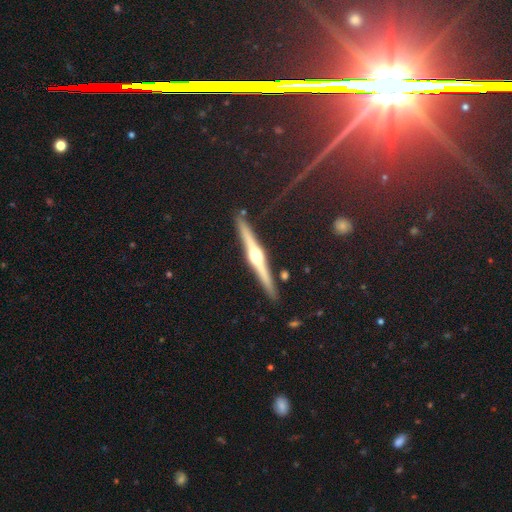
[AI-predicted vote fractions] This is clearly a featured or disk galaxy (83%). It is clearly viewed edge-on (98%). Edge-on bulge: clearly rounded (94%). Merging: clearly none (90%).